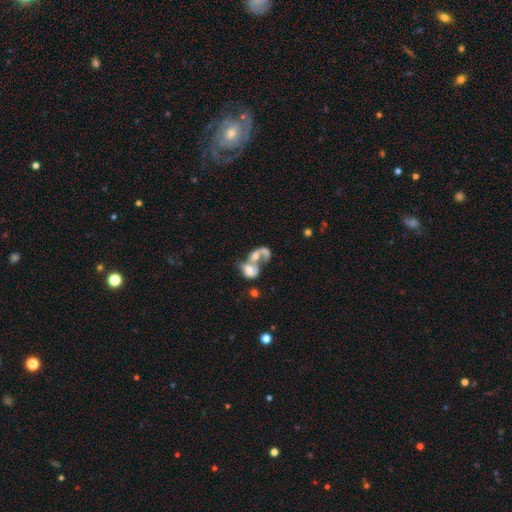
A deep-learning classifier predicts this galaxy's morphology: smooth_or_featured: featured or disk (p=0.51) [alt: smooth p=0.39]
disk_edge_on: no (p=0.97) [alt: yes p=0.03]
merging: merger (p=0.79) [alt: major disturbance p=0.10]